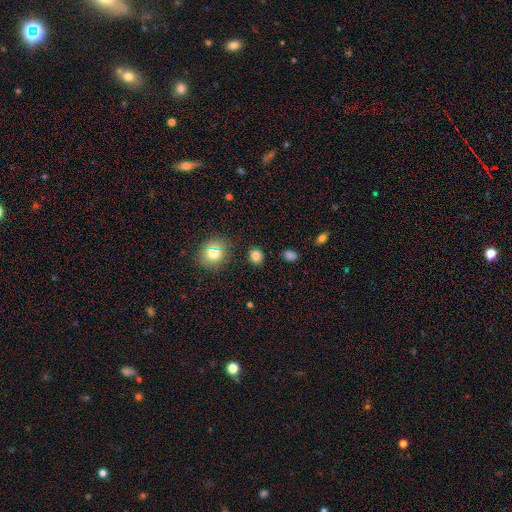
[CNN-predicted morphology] The model was most divided on "how rounded": round: 75%, in between: 24%, cigar-shaped: 1%. More confident: merging — none (88%); smooth or featured — smooth (80%).